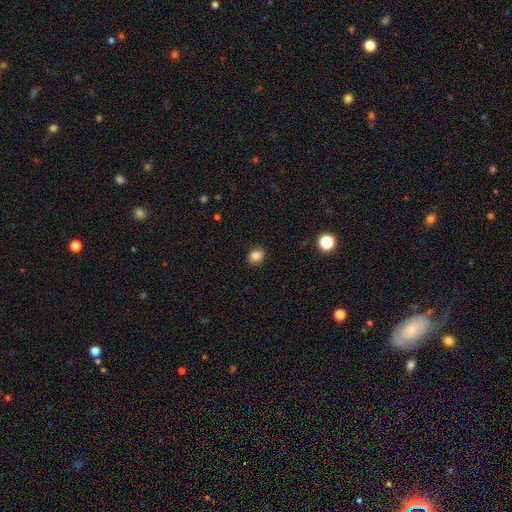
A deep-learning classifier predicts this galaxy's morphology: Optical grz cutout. It shows a smooth galaxy with no disk features (83%) that is round (60%). Merging: none (86%).